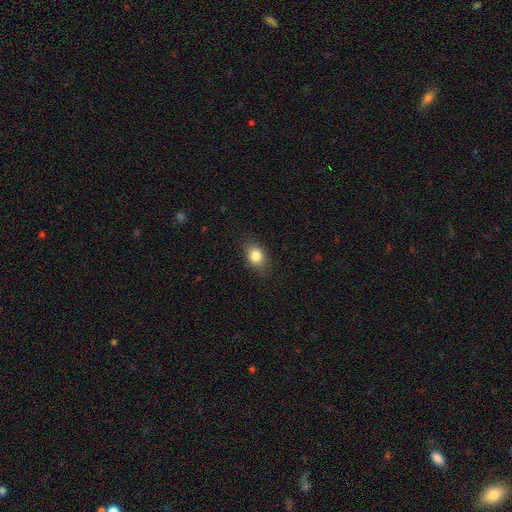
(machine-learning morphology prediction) type=smooth (83%); roundness=in between (68%); merging=none (82%).